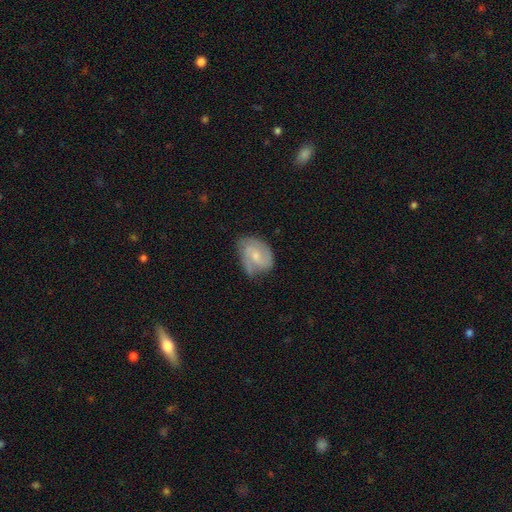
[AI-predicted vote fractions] smooth-or-featured: featured or disk: 67% | smooth: 27% | star or artifact: 6%
  disk-edge-on: no: 97% | yes: 3%
    bar: no: 49% | weak: 44% | strong: 7%
    has-spiral-arms: yes: 90% | no: 10%
      spiral-winding: medium: 47% | tight: 35% | loose: 18%
      spiral-arm-count: 2: 64% | can't tell: 16% | 3: 12% | 1: 5% | 4: 2% | more than 4: 2%
    bulge-size: small: 52% | moderate: 40% | none: 5% | large: 2% | dominant: 1%
  merging: none: 58% | minor disturbance: 30% | major disturbance: 10% | merger: 2%